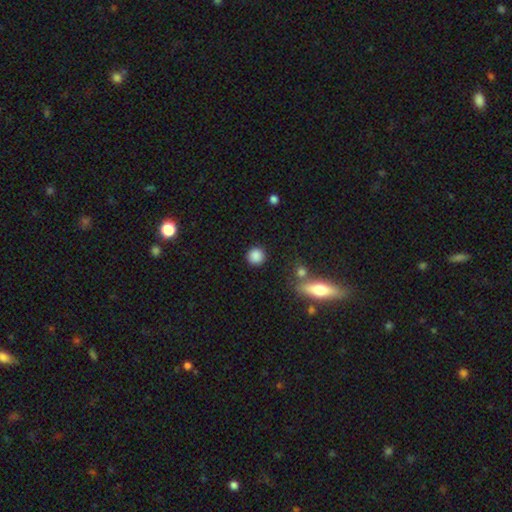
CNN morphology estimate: smooth 86%, star or artifact 9%, featured or disk 4%. Down the decision tree: how rounded — round (92%); merging — none (88%).